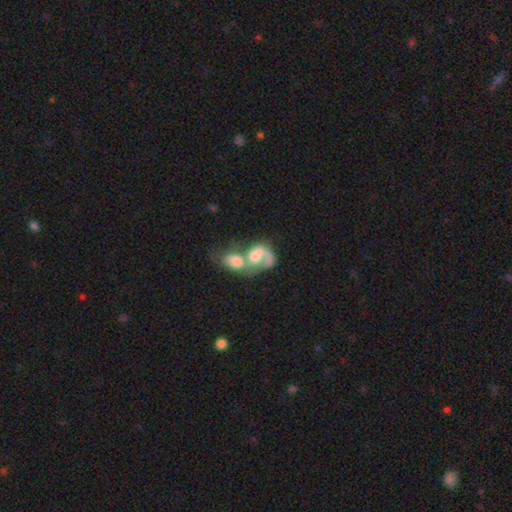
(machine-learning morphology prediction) Smooth or featured? featured or disk (59%)
Edge-on disk? no (97%)
Bar? no (72%)
Spiral arms? yes (69%)
Bulge size? moderate (45%)
Merging? merger (79%)